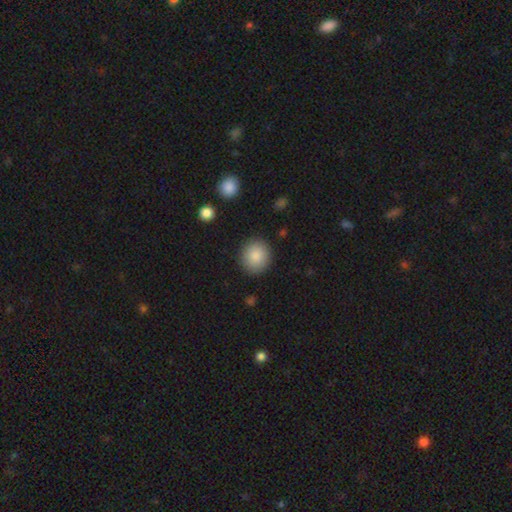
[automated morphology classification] Smooth or featured? Predicted: smooth (p=0.87). How rounded? Predicted: round (p=0.87). Merging? Predicted: none (p=0.89).